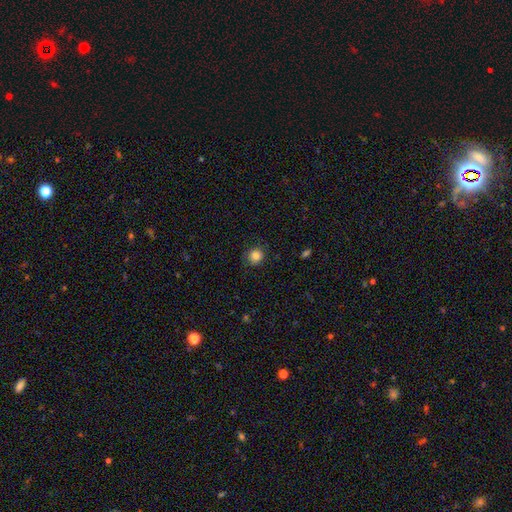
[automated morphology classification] Overall: smooth (84%). How rounded: round (89%). Merging: none (85%).